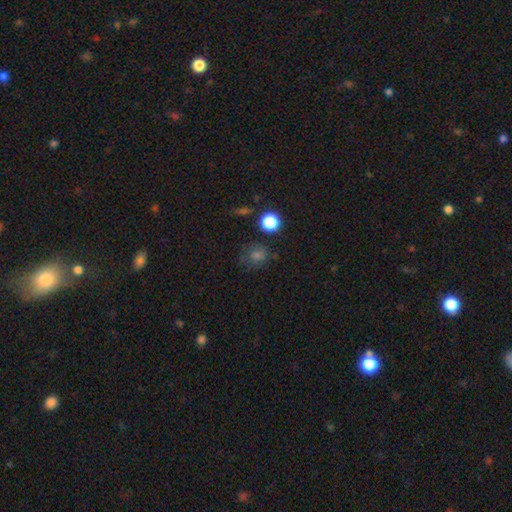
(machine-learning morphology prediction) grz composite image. It shows a smooth galaxy with no disk features (66%) that is round (76%). Merging: none (66%).